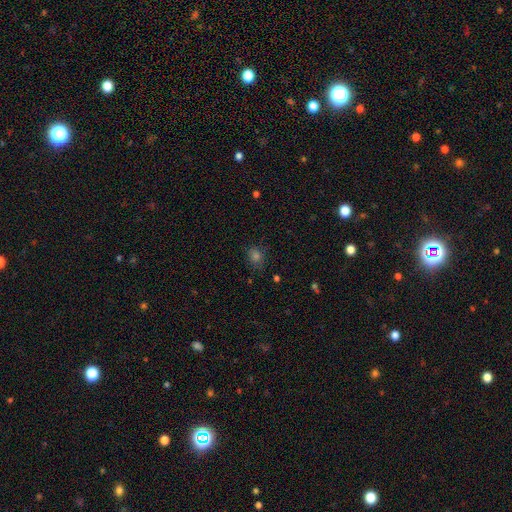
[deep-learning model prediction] Overall: smooth (65%; star or artifact 27%). How rounded: round (67%; in between 31%). Merging: none (81%).